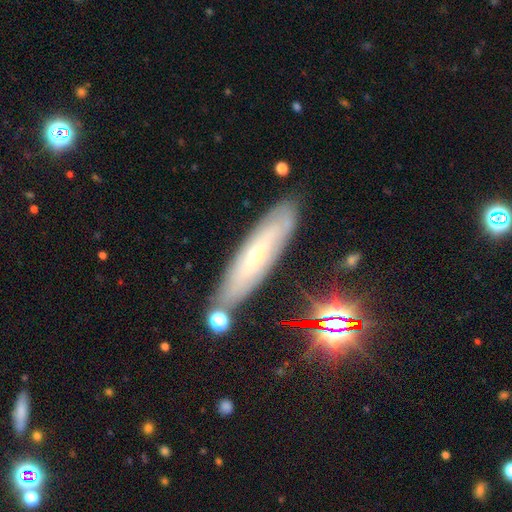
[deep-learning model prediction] Smooth or featured? featured or disk (53%)
Edge-on disk? no (54%)
Merging? none (83%)